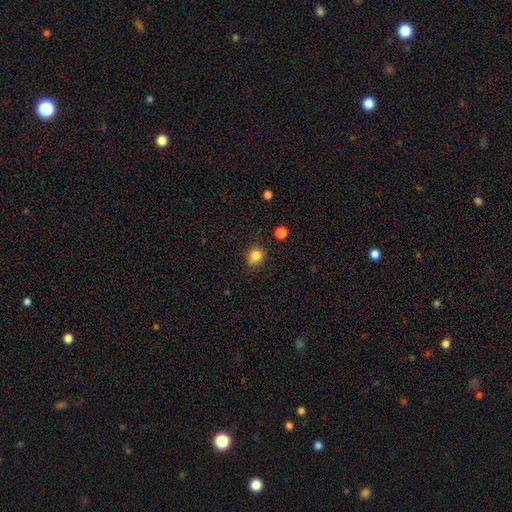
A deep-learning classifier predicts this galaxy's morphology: A smooth galaxy with no disk features (83%) that is round (80%).

Vote fractions:
- Smooth or featured? smooth: 83% / star or artifact: 11% / featured or disk: 5%
- How rounded? round: 80% / in between: 19% / cigar-shaped: 1%
- Merging? none: 77% / minor disturbance: 16% / merger: 3% / major disturbance: 3%